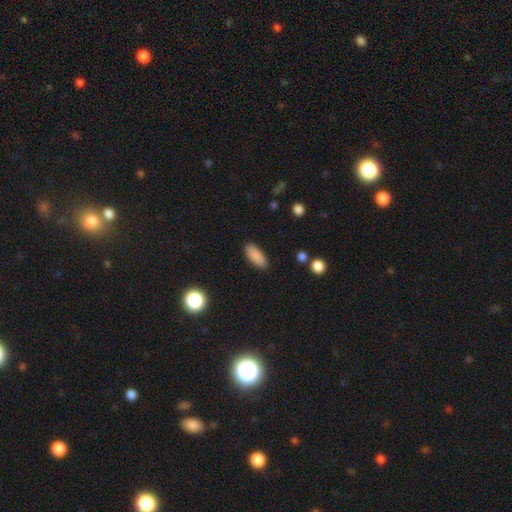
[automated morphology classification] smooth_or_featured: smooth (p=0.88) [alt: star or artifact p=0.08]
how_rounded: in between (p=0.80) [alt: cigar-shaped p=0.17]
merging: none (p=0.87) [alt: minor disturbance p=0.09]